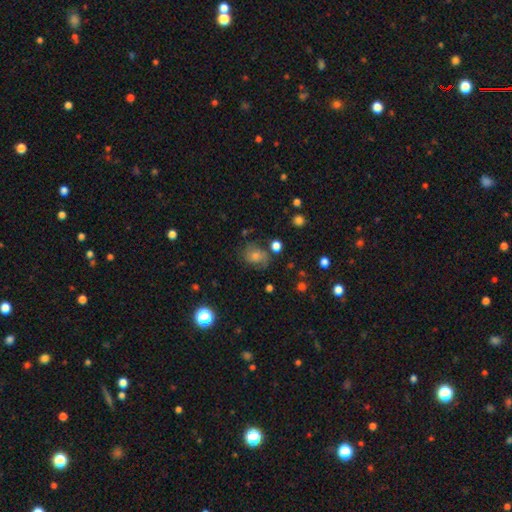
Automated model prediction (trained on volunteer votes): Smooth or featured: featured or disk — 40% (smooth — 34%)
Merging: none — 71% (minor disturbance — 17%)